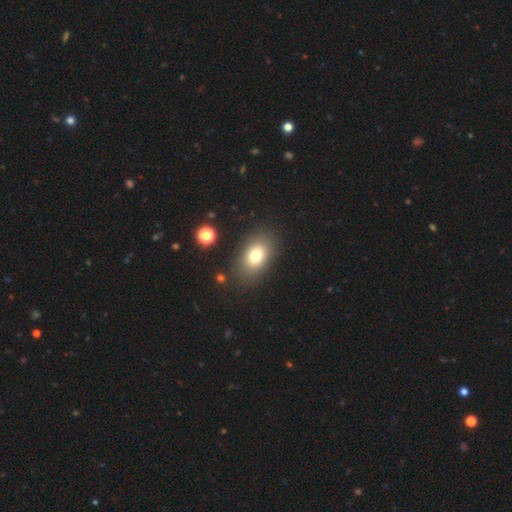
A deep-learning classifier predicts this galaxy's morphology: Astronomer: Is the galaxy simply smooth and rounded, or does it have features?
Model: smooth — 76%.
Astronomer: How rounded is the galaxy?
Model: in between — 83%.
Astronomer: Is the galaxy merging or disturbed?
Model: none — 83%.